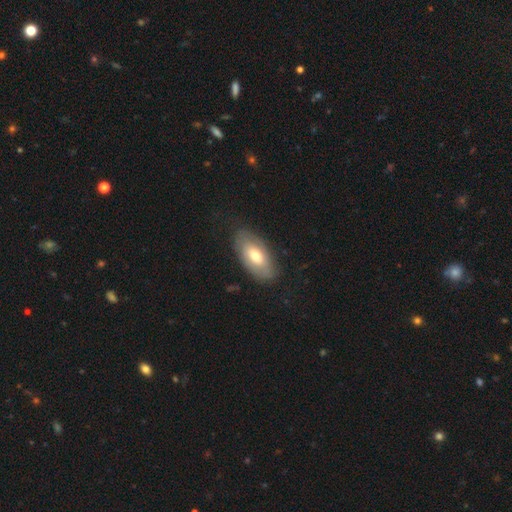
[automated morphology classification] A smooth galaxy with no disk features (57%) that is in between round and cigar-shaped (92%). Merging: none (77%).